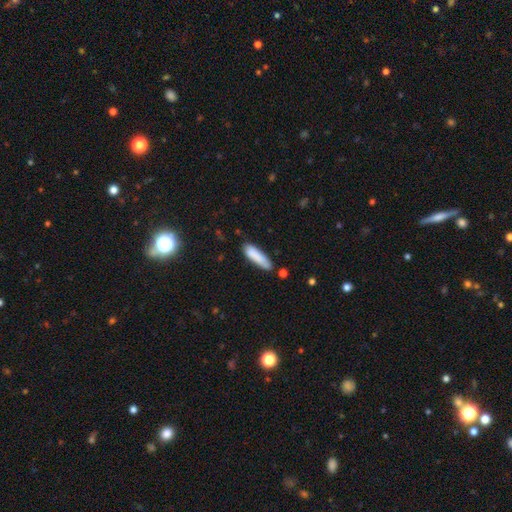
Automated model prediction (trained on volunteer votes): A smooth galaxy with no disk features (85%) that is cigar-shaped (68%). Merging: none (70%).